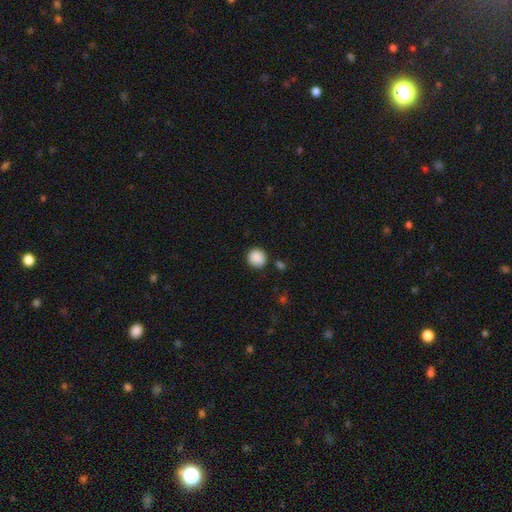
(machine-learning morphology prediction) type=smooth (89%); roundness=round (92%); merging=none (87%).